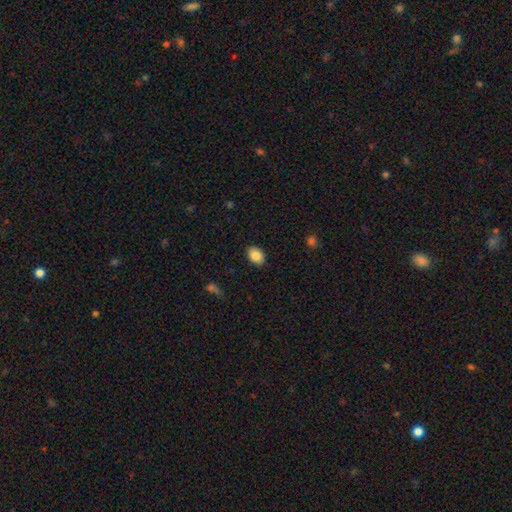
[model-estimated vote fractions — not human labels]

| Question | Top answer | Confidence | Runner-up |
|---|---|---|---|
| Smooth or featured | smooth | 85% | star or artifact (8%) |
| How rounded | in between | 79% | round (20%) |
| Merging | none | 88% | minor disturbance (9%) |